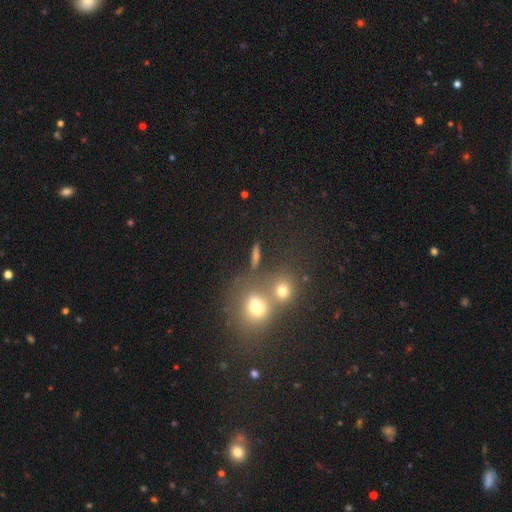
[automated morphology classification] The model was most divided on "merging": merger: 53%, none: 35%, minor disturbance: 8%, major disturbance: 5%. More confident: how rounded — round (69%); smooth or featured — smooth (55%).